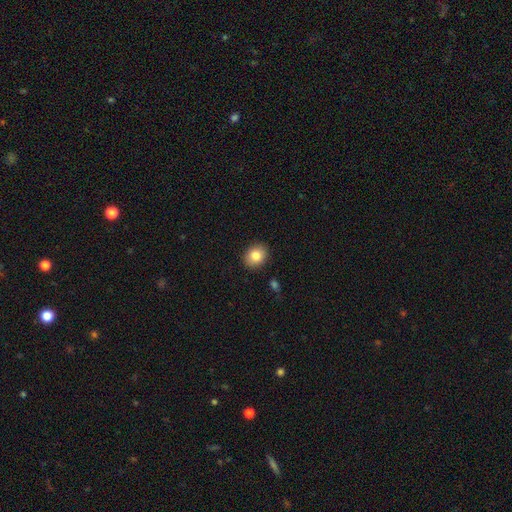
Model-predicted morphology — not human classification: smooth 84%, star or artifact 8%, featured or disk 8%. Down the decision tree: how rounded — round (54%); merging — none (90%).